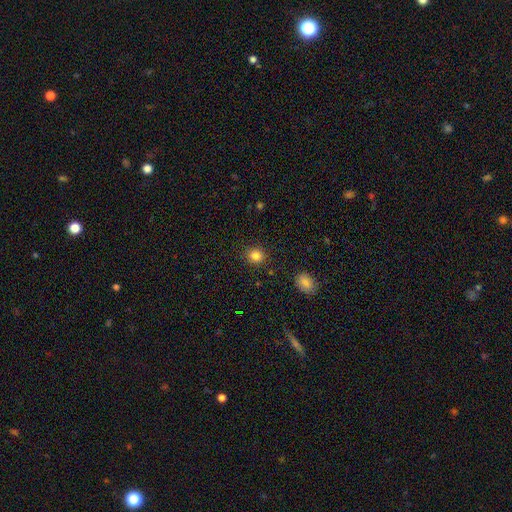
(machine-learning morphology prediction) This appears to be a smooth galaxy with no disk features (83%) that is round (85%). Merging: none (89%).